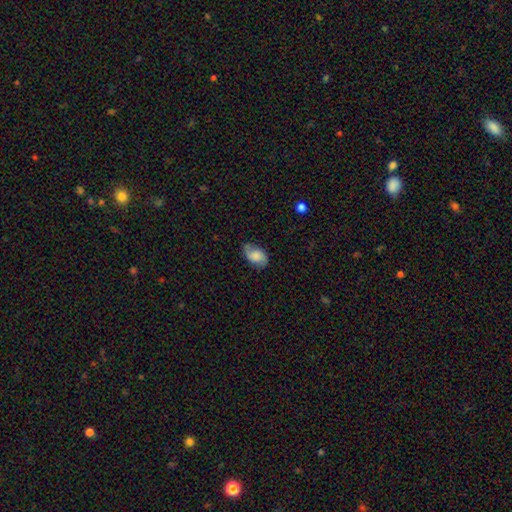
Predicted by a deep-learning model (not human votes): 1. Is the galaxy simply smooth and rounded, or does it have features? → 64% smooth, 27% featured or disk, 9% star or artifact.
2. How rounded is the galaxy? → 88% in between, 10% round, 2% cigar-shaped.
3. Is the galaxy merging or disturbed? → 64% none, 27% minor disturbance, 7% major disturbance, 2% merger.